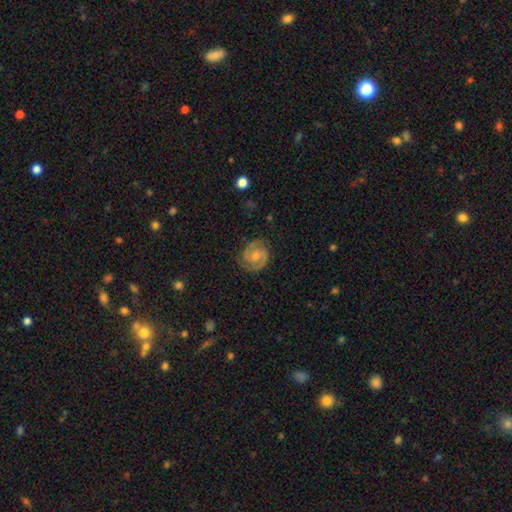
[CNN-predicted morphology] The model was most divided on "bulge size": moderate: 45%, small: 43%, none: 8%, large: 3%, dominant: 1%. Remaining: edge-on disk — no (98%); spiral arms — yes (95%); spiral arm count — 2 (85%); merging — none (80%); smooth or featured — featured or disk (73%); bar — no (57%); spiral winding — tight (47%).